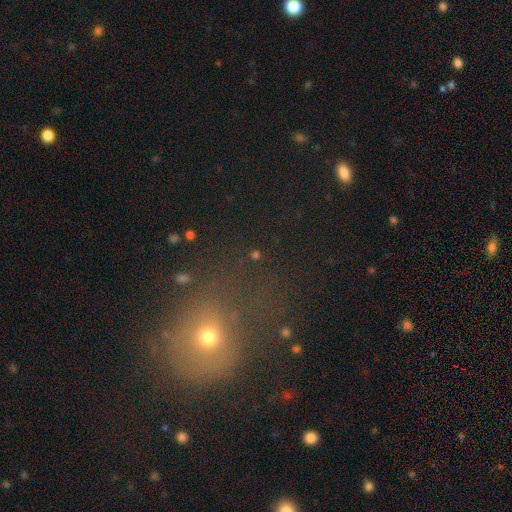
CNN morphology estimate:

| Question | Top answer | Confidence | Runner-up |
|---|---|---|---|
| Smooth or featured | star or artifact | 45% | smooth (42%) |